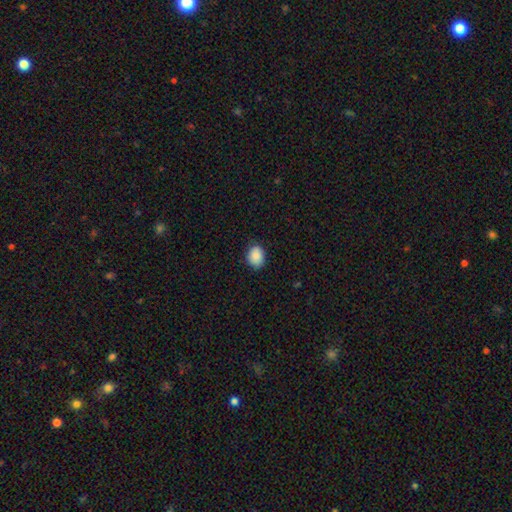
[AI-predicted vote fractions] smooth-or-featured: smooth: 89% | star or artifact: 7% | featured or disk: 3%
  how-rounded: in between: 63% | round: 36% | cigar-shaped: 1%
  merging: none: 82% | minor disturbance: 14% | major disturbance: 3% | merger: 1%